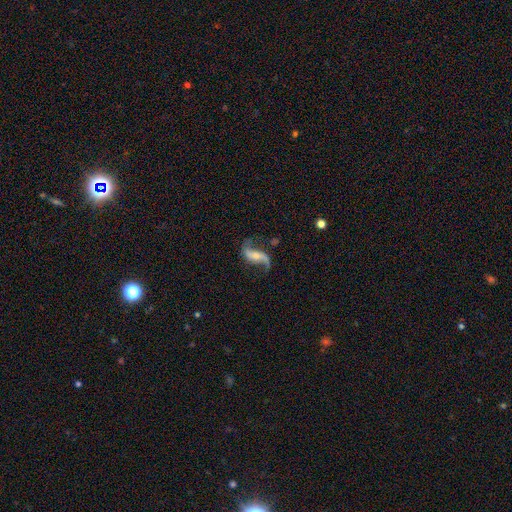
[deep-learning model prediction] smooth_or_featured: featured or disk (p=0.86) [alt: smooth p=0.08]
disk_edge_on: no (p=0.95) [alt: yes p=0.05]
bar: no (p=0.36) [alt: weak p=0.34]
has_spiral_arms: yes (p=0.95) [alt: no p=0.05]
spiral_winding: loose (p=0.86) [alt: medium p=0.11]
spiral_arm_count: 2 (p=0.91) [alt: 1 p=0.05]
bulge_size: small (p=0.49) [alt: moderate p=0.34]
merging: none (p=0.70) [alt: minor disturbance p=0.16]